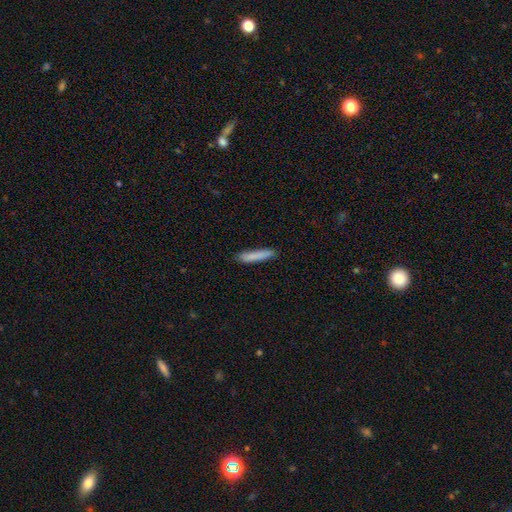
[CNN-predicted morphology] A smooth galaxy with no disk features (84%) that is cigar-shaped (92%). Merging: none (87%).